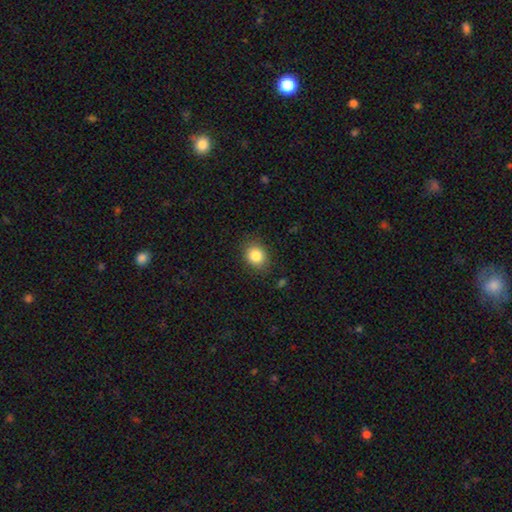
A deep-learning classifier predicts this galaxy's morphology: The model was most divided on "how rounded": round: 56%, in between: 43%, cigar-shaped: 1%. More confident: smooth or featured — smooth (85%); merging — none (85%).